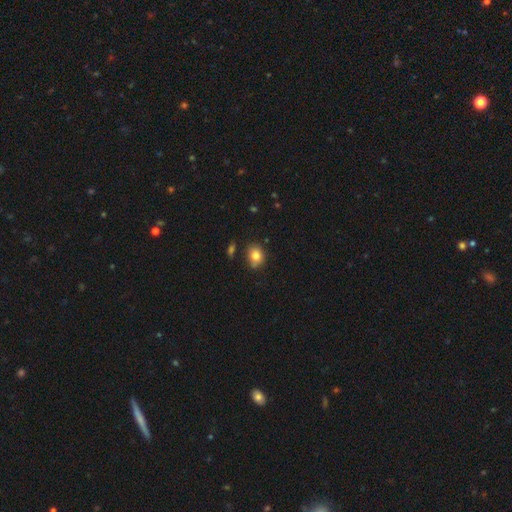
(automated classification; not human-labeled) Morphology: type=smooth (81%); roundness=round (53%); merging=none (69%).